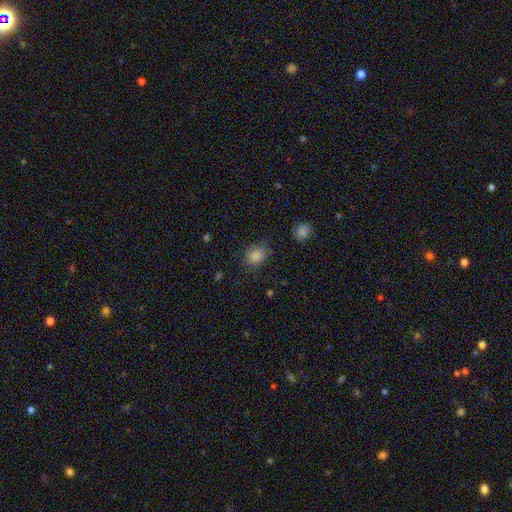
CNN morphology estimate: smooth_or_featured: smooth (p=0.84) [alt: star or artifact p=0.11]
how_rounded: round (p=0.65) [alt: in between p=0.34]
merging: none (p=0.77) [alt: minor disturbance p=0.16]